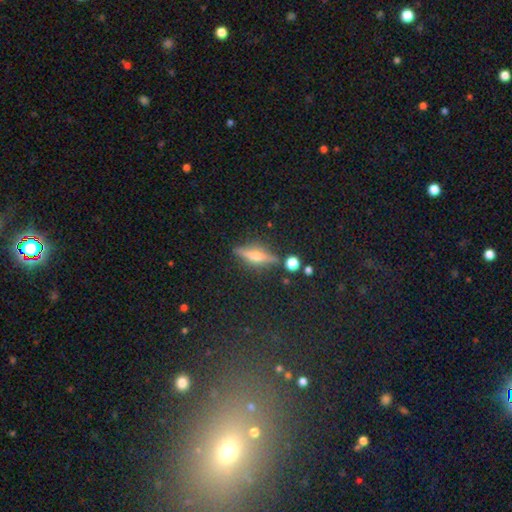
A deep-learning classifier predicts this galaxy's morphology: The model was most divided on "smooth or featured": featured or disk: 58%, smooth: 24%, star or artifact: 18%. More confident: edge-on disk — yes (92%); edge-on bulge — rounded (90%); merging — none (84%).